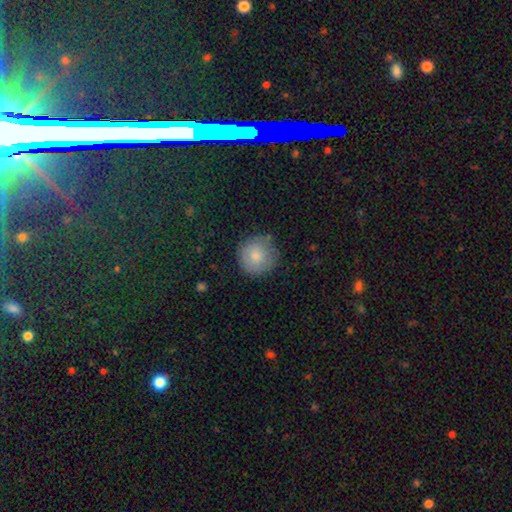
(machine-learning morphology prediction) Smooth or featured: smooth — 82% (featured or disk — 10%)
How rounded: round — 94% (in between — 5%)
Merging: none — 77% (minor disturbance — 17%)